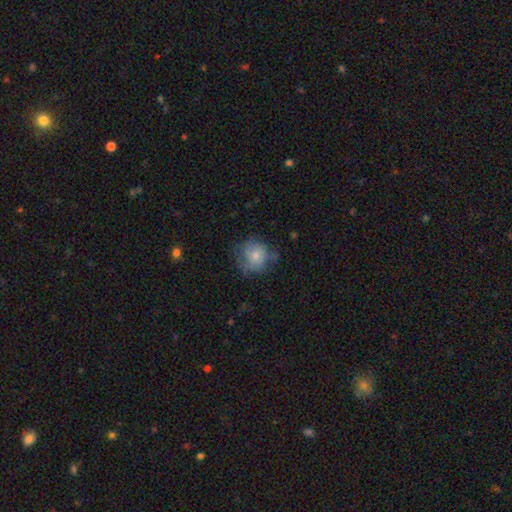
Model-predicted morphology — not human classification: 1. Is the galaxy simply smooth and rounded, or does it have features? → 66% smooth, 25% featured or disk, 8% star or artifact.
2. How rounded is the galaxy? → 82% round, 17% in between, 1% cigar-shaped.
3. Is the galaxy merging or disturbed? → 53% none, 29% minor disturbance, 15% major disturbance, 2% merger.